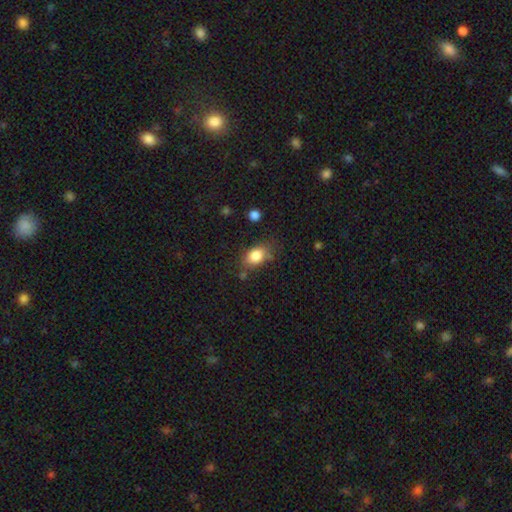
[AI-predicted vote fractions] Q: Smooth or featured?
A: smooth (84%); runner-up: star or artifact (9%)
Q: How rounded?
A: in between (78%); runner-up: round (21%)
Q: Merging?
A: none (65%); runner-up: minor disturbance (23%)